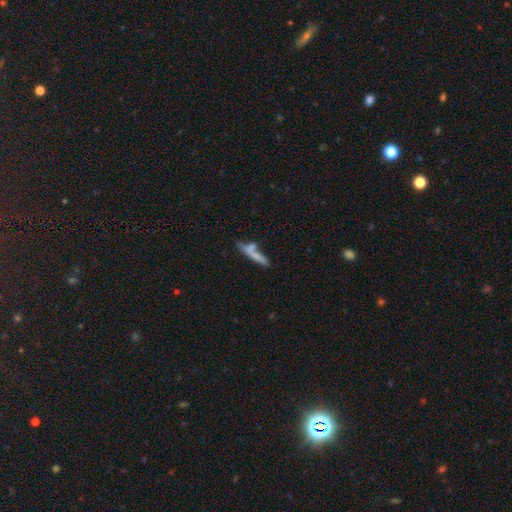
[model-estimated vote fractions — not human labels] Morphology: type=smooth (56%); roundness=cigar-shaped (84%); merging=none (50%).